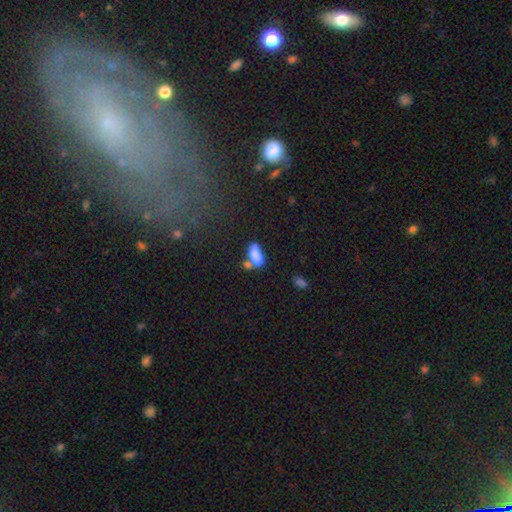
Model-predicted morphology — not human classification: Smooth or featured? smooth (76%)
How rounded? in between (78%)
Merging? merger (44%)